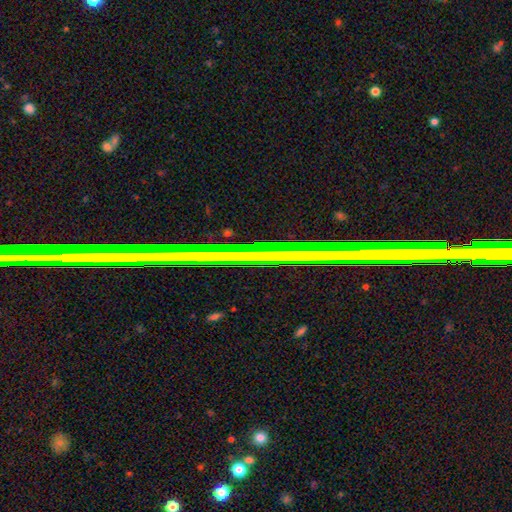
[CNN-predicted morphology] type=star or artifact (73%).